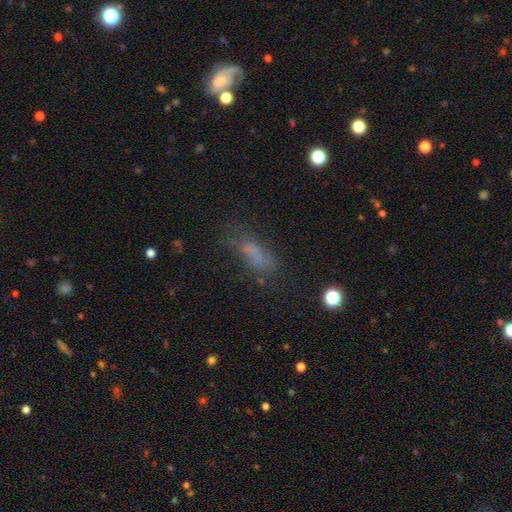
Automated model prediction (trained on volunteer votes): Q: Smooth or featured?
A: smooth (62%); runner-up: star or artifact (21%)
Q: How rounded?
A: in between (56%); runner-up: cigar-shaped (39%)
Q: Merging?
A: none (58%); runner-up: minor disturbance (22%)